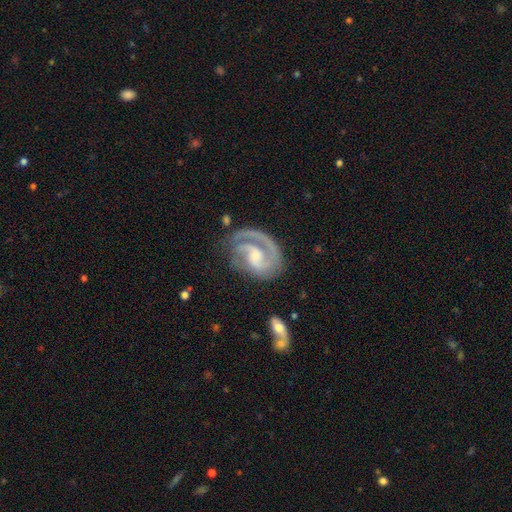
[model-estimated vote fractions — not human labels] smooth-or-featured: featured or disk: 89% | smooth: 6% | star or artifact: 5%
  disk-edge-on: no: 98% | yes: 2%
    bar: weak: 46% | no: 40% | strong: 14%
    has-spiral-arms: yes: 97% | no: 3%
      spiral-winding: tight: 52% | medium: 39% | loose: 9%
      spiral-arm-count: 2: 51% | 1: 37% | can't tell: 5% | 3: 4% | 4: 1% | more than 4: 1%
    bulge-size: moderate: 40% | small: 36% | none: 14% | large: 9% | dominant: 2%
  merging: none: 65% | minor disturbance: 19% | major disturbance: 13% | merger: 3%